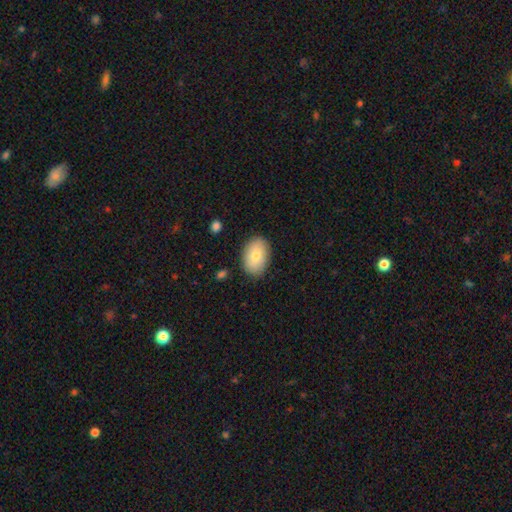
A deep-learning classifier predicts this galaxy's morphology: Smooth or featured: smooth — 80% (featured or disk — 13%)
How rounded: in between — 89% (round — 10%)
Merging: none — 85% (minor disturbance — 11%)